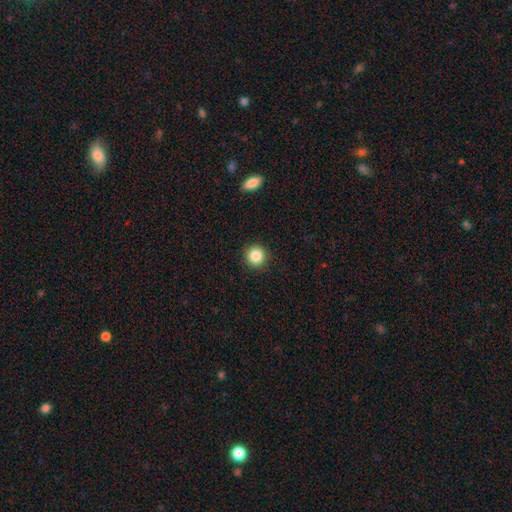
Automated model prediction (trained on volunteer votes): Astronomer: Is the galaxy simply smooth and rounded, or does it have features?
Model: smooth — 87%.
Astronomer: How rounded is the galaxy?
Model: round — 94%.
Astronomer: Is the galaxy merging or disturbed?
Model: none — 92%.